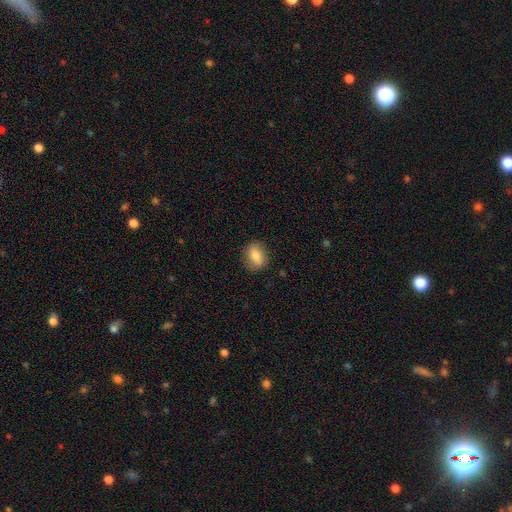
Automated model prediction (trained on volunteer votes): Smooth or featured? Predicted: smooth (p=0.80). How rounded? Predicted: in between (p=0.62). Merging? Predicted: none (p=0.84).